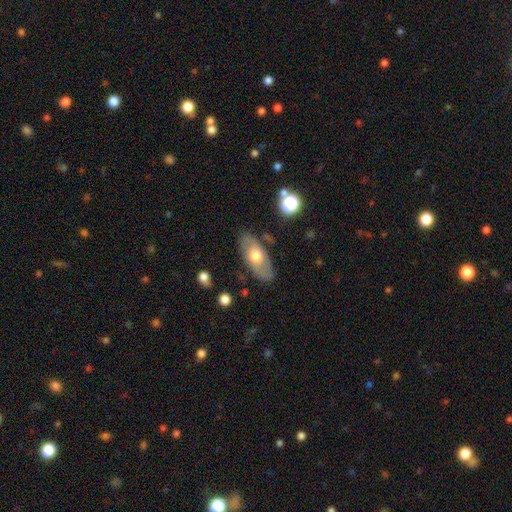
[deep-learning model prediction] This appears to be a smooth galaxy with no disk features (51%) that is in between round and cigar-shaped (89%). Merging: none (80%).